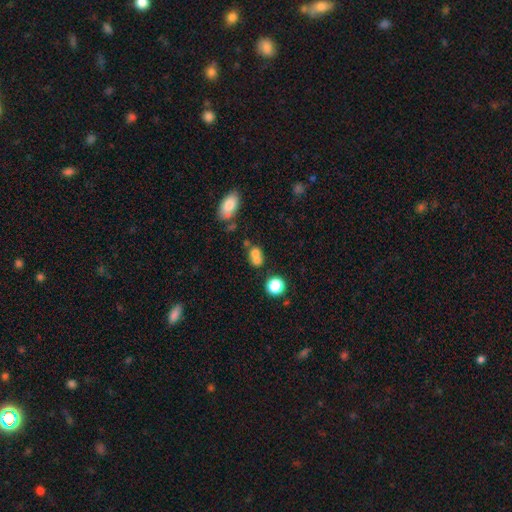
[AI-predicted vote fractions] This appears to be a smooth galaxy with no disk features (72%) that is round (61%). Merging: merger (56%).